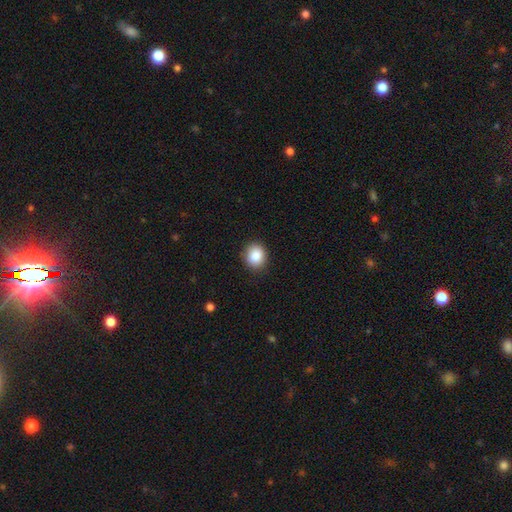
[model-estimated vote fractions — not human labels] A smooth galaxy with no disk features (87%) that is round (71%).

Vote fractions:
- Smooth or featured? smooth: 87% / star or artifact: 9% / featured or disk: 4%
- How rounded? round: 71% / in between: 28% / cigar-shaped: 1%
- Merging? none: 89% / minor disturbance: 8% / major disturbance: 2% / merger: 1%